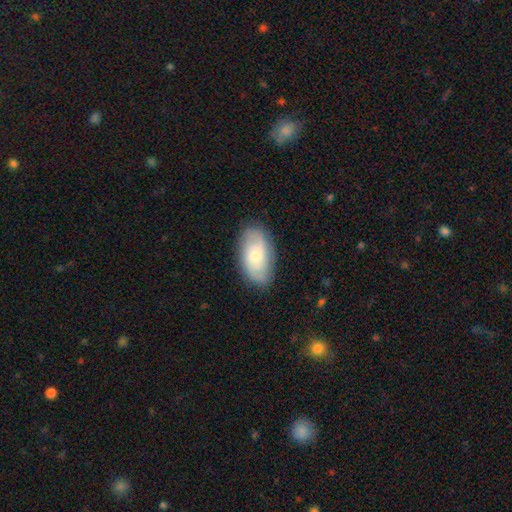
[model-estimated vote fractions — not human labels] smooth_or_featured: featured or disk (p=0.52) [alt: smooth p=0.41]
disk_edge_on: no (p=0.94) [alt: yes p=0.06]
merging: none (p=0.82) [alt: minor disturbance p=0.14]